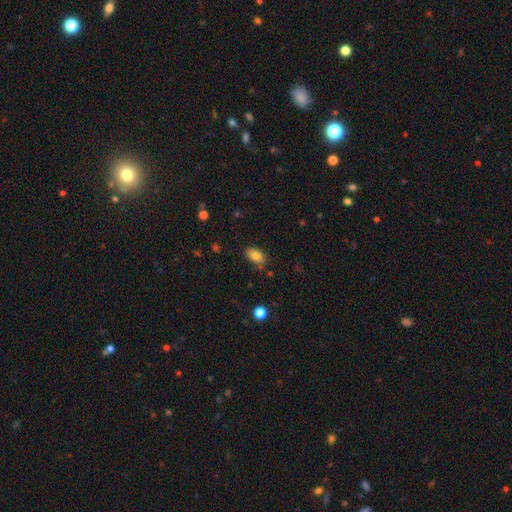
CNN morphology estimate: Q: Smooth or featured?
A: smooth (82%); runner-up: star or artifact (9%)
Q: How rounded?
A: in between (89%); runner-up: round (9%)
Q: Merging?
A: none (76%); runner-up: minor disturbance (17%)